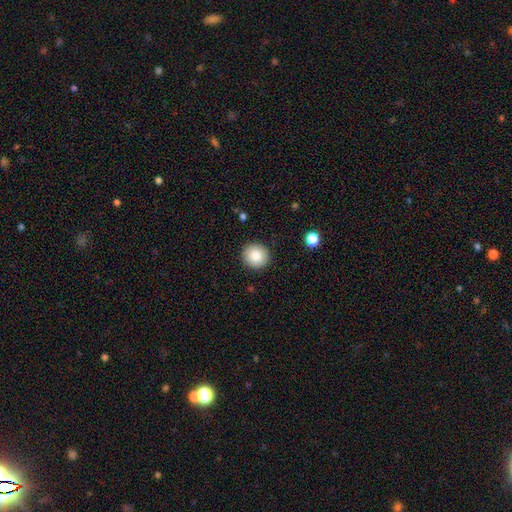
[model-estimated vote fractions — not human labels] Smooth or featured? smooth (84%)
How rounded? round (92%)
Merging? none (91%)